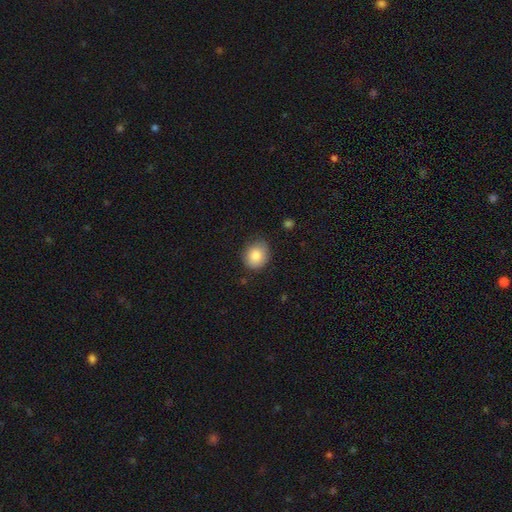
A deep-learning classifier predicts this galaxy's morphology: smooth-or-featured: smooth: 83% | star or artifact: 9% | featured or disk: 8%
  how-rounded: round: 65% | in between: 34% | cigar-shaped: 1%
  merging: none: 78% | minor disturbance: 17% | major disturbance: 3% | merger: 1%